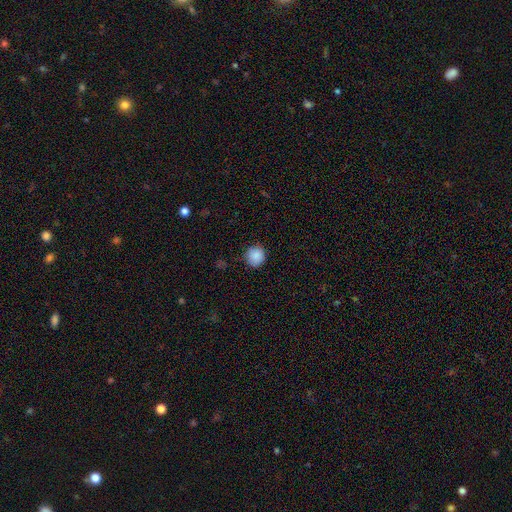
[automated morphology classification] This appears to be a smooth galaxy with no disk features (88%) that is round (89%). Merging: none (87%).